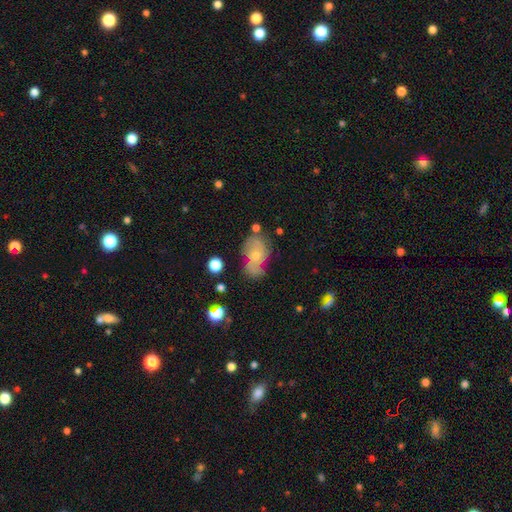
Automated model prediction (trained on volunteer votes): Smooth or featured? featured or disk (61%)
Edge-on disk? no (96%)
Bar? no (78%)
Spiral arms? yes (77%)
Bulge size? small (56%)
Merging? none (49%)